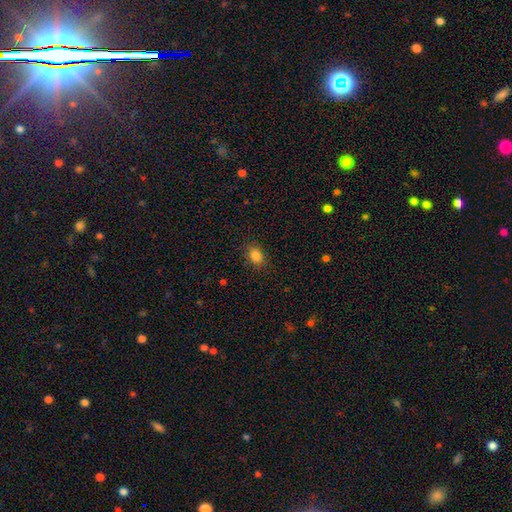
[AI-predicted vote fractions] smooth 85%, star or artifact 10%, featured or disk 5%. Down the decision tree: how rounded — in between (77%); merging — none (86%).